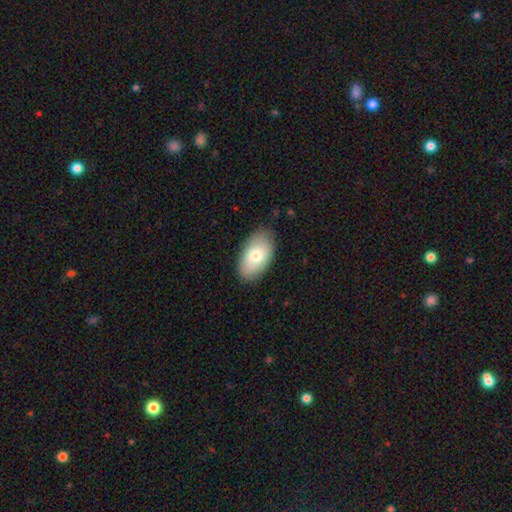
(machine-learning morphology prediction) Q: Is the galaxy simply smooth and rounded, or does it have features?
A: smooth — 75%.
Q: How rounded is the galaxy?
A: in between — 94%.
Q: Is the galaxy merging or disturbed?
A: none — 85%.